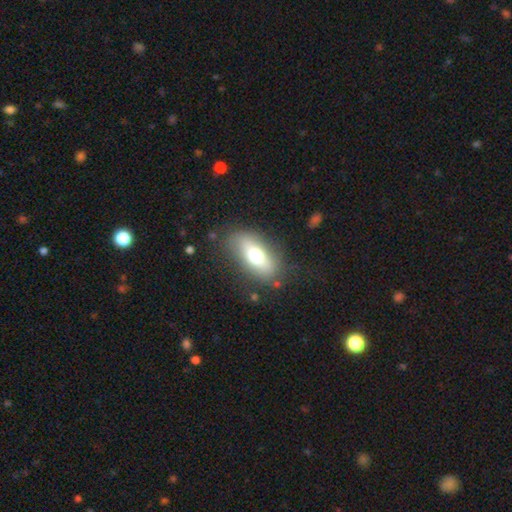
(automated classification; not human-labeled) A smooth galaxy with no disk features (61%) that is in between round and cigar-shaped (80%).

Vote fractions:
- Smooth or featured? smooth: 61% / featured or disk: 29% / star or artifact: 9%
- How rounded? in between: 80% / cigar-shaped: 11% / round: 9%
- Merging? none: 80% / minor disturbance: 13% / major disturbance: 6% / merger: 2%